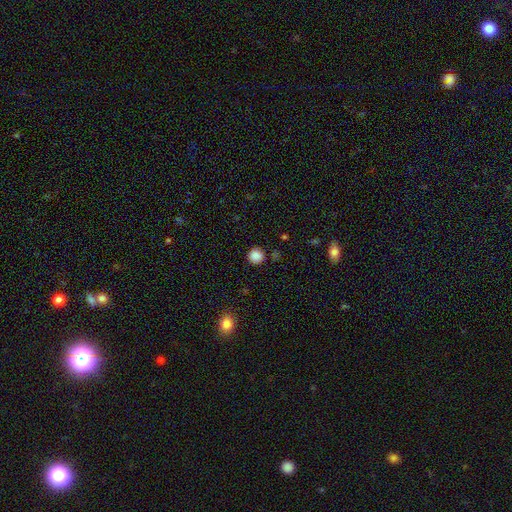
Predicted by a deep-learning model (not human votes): Overall: smooth (86%). How rounded: round (92%). Merging: none (87%).